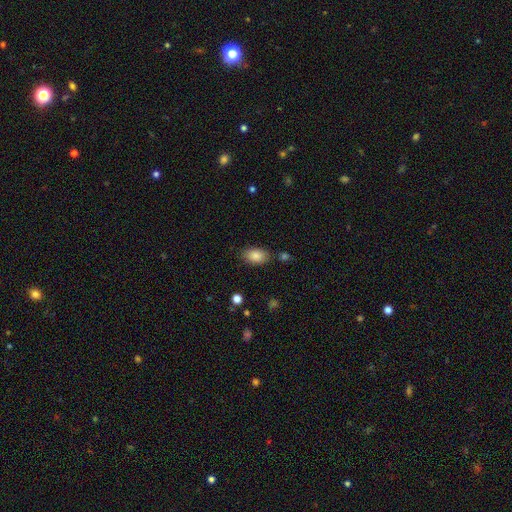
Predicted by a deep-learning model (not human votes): Smooth or featured?
  - smooth: 86% *
  - star or artifact: 8%
  - featured or disk: 6%
How rounded?
  - in between: 90% *
  - round: 9%
  - cigar-shaped: 2%
Merging?
  - none: 80% *
  - minor disturbance: 13%
  - merger: 4%
  - major disturbance: 3%